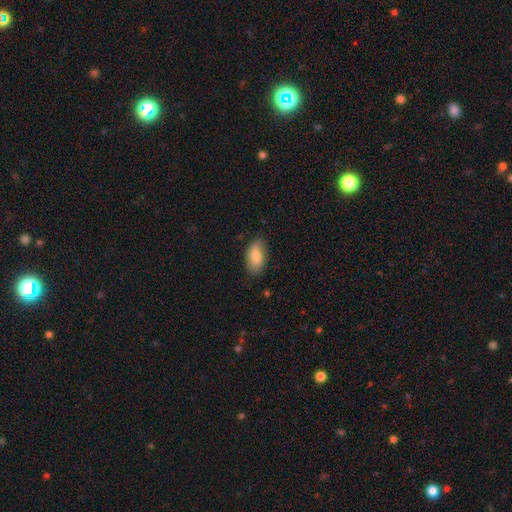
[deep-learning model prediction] Smooth or featured: smooth — 79% (featured or disk — 15%)
How rounded: in between — 93% (round — 4%)
Merging: none — 78% (minor disturbance — 18%)